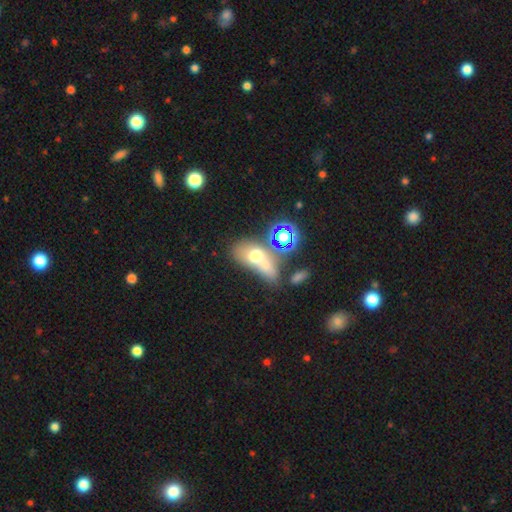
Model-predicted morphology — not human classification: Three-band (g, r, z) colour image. It shows a smooth galaxy with no disk features (57%) that is in between round and cigar-shaped (69%). Merging: merger (47%).